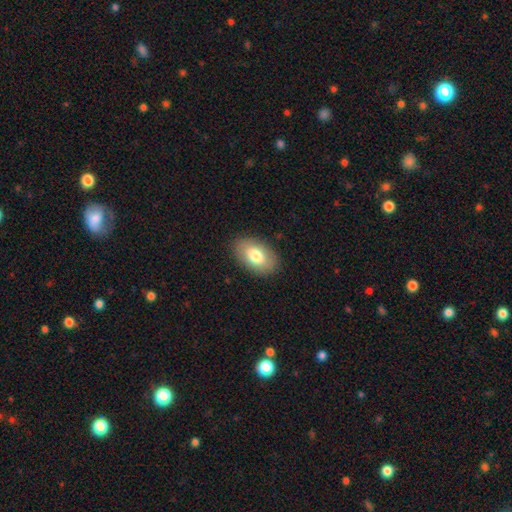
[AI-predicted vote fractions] smooth-or-featured: smooth: 76% | featured or disk: 17% | star or artifact: 7%
  how-rounded: in between: 92% | round: 7% | cigar-shaped: 1%
  merging: none: 87% | minor disturbance: 9% | major disturbance: 3% | merger: 1%